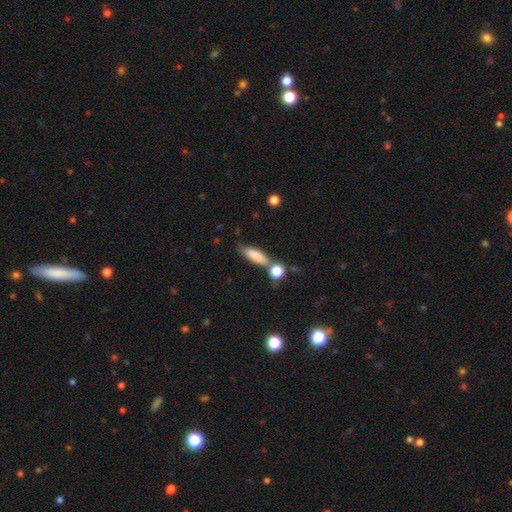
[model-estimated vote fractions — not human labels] Smooth or featured? smooth (82%)
How rounded? in between (54%)
Merging? none (55%)